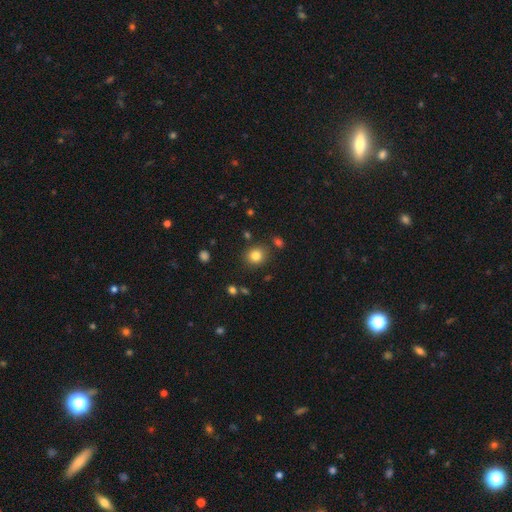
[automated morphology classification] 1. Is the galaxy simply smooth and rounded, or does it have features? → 82% smooth, 12% star or artifact, 6% featured or disk.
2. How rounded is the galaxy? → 81% round, 18% in between, 1% cigar-shaped.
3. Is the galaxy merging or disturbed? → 85% none, 8% minor disturbance, 4% merger, 3% major disturbance.